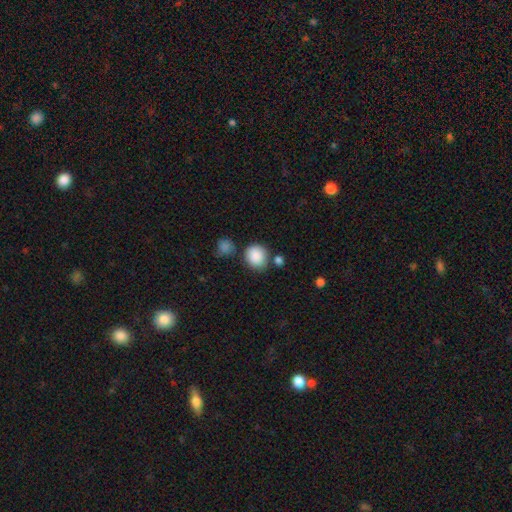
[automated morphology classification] Smooth or featured? Predicted: smooth (p=0.87). How rounded? Predicted: round (p=0.77). Merging? Predicted: none (p=0.72).